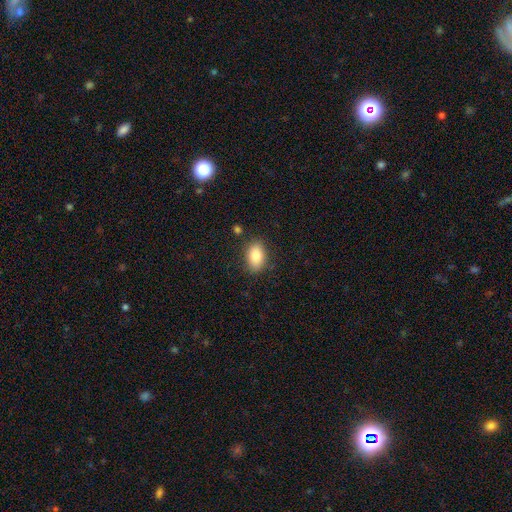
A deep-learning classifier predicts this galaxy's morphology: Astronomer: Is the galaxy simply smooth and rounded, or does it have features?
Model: smooth — 86%.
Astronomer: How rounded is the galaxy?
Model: in between — 89%.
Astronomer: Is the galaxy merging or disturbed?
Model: none — 84%.